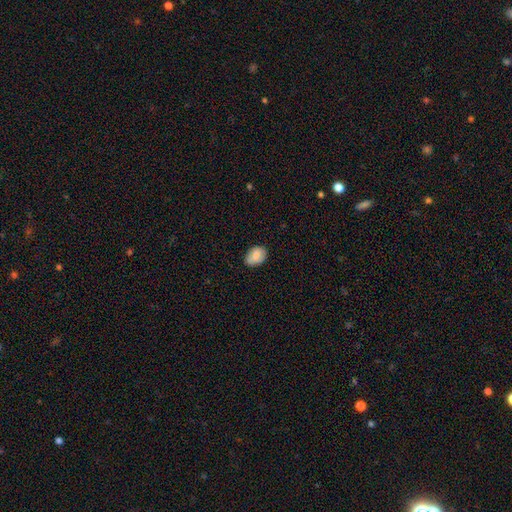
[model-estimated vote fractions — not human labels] Smooth or featured? Predicted: smooth (p=0.79). How rounded? Predicted: in between (p=0.74). Merging? Predicted: none (p=0.72).